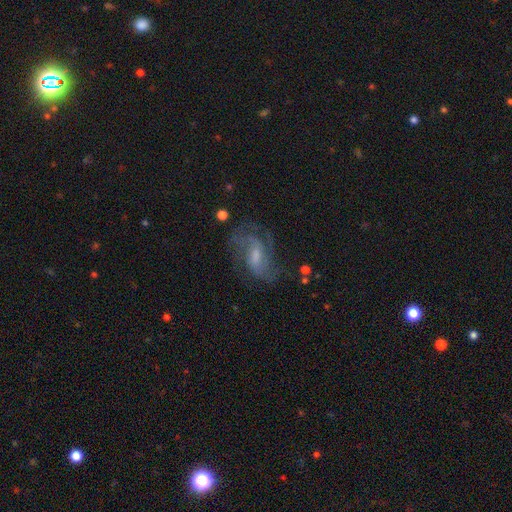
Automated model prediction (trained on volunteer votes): Morphology: type=featured or disk (75%); edge-on=no (96%); bar=weak (52%); spiral arms=yes (92%); winding=medium (47%); arm count=2 (45%); bulge=small (41%); merging=none (64%).